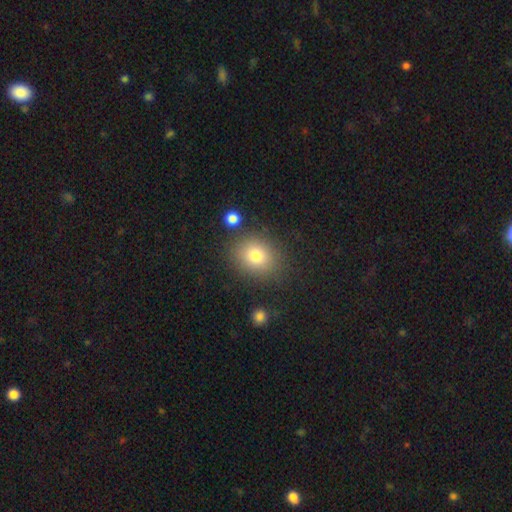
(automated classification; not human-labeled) Smooth or featured?
  - smooth: 78% *
  - star or artifact: 12%
  - featured or disk: 9%
How rounded?
  - round: 64% *
  - in between: 35%
  - cigar-shaped: 1%
Merging?
  - none: 81% *
  - minor disturbance: 11%
  - merger: 4%
  - major disturbance: 4%